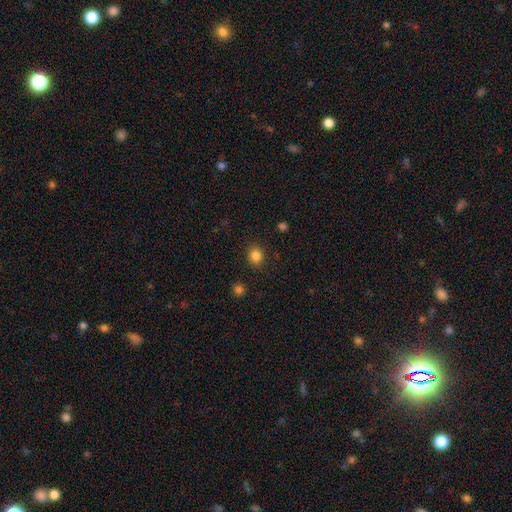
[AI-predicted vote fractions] The model was most divided on "how rounded": round: 73%, in between: 26%, cigar-shaped: 1%. More confident: merging — none (88%); smooth or featured — smooth (84%).